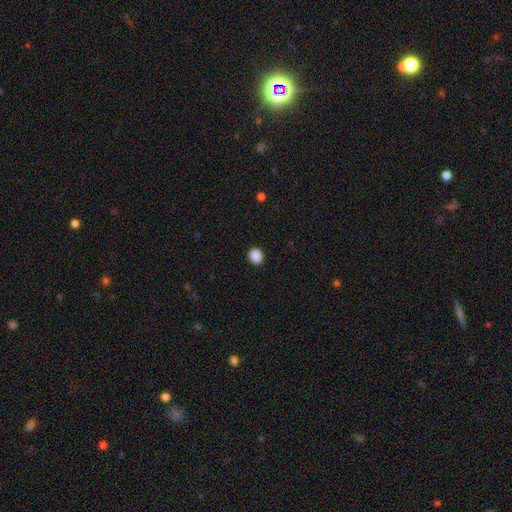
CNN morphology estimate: This is clearly a smooth galaxy (89%). How rounded: likely round (71%). Merging: clearly none (91%).